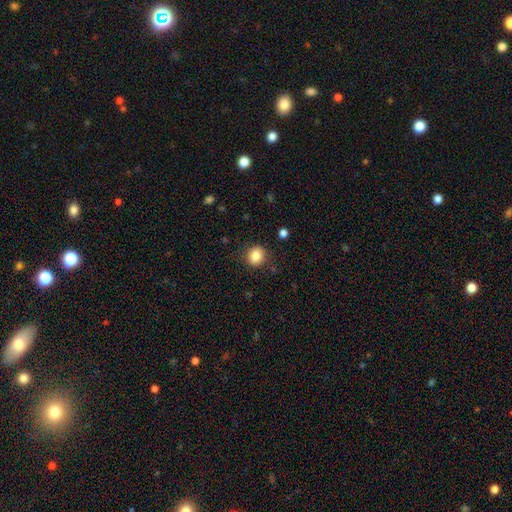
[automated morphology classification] This is clearly a smooth galaxy (84%). How rounded: clearly round (84%). Merging: clearly none (87%).